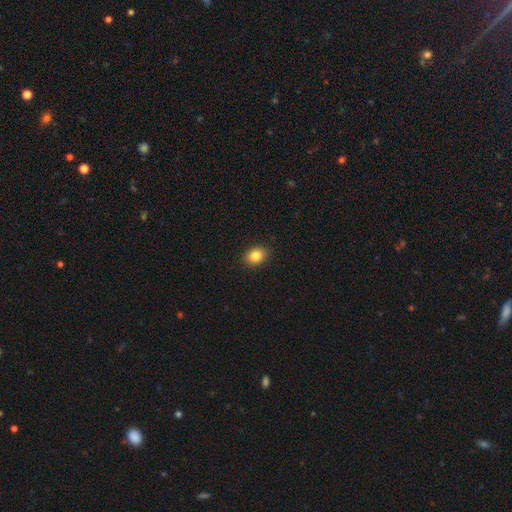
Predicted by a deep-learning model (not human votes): smooth-or-featured: smooth: 84% | star or artifact: 10% | featured or disk: 6%
  how-rounded: in between: 56% | round: 43% | cigar-shaped: 1%
  merging: none: 90% | minor disturbance: 7% | major disturbance: 2% | merger: 1%